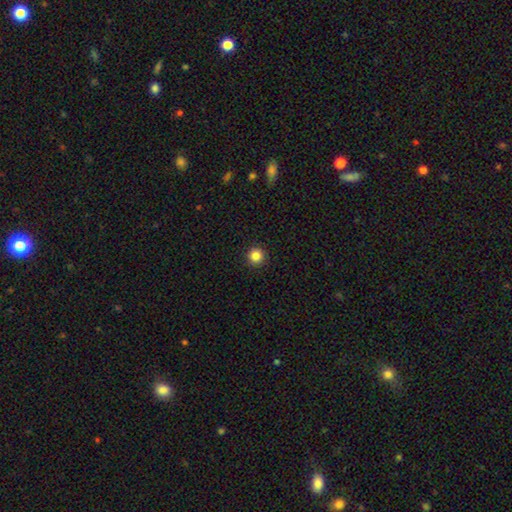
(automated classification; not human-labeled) smooth-or-featured: smooth: 85% | star or artifact: 12% | featured or disk: 4%
  how-rounded: round: 96% | in between: 3% | cigar-shaped: 1%
  merging: none: 93% | minor disturbance: 4% | major disturbance: 2% | merger: 1%